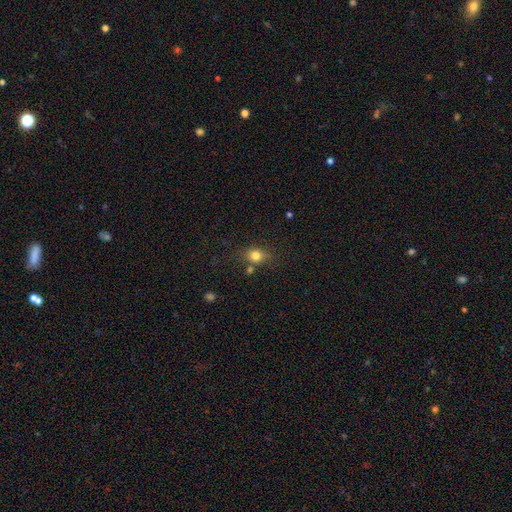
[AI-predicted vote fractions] Smooth or featured? smooth (77%)
How rounded? round (54%)
Merging? none (69%)